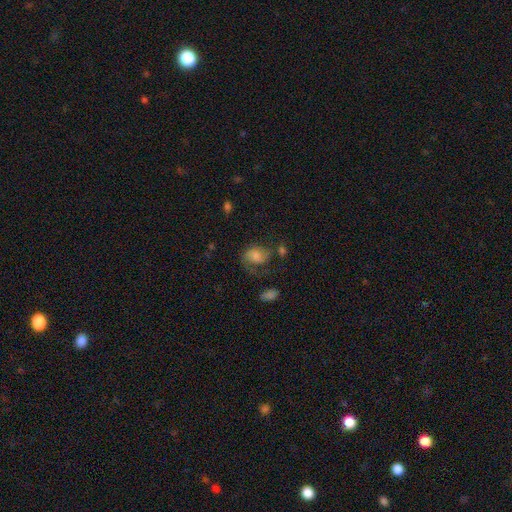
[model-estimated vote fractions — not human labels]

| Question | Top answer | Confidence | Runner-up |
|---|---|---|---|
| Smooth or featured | smooth | 50% | featured or disk (39%) |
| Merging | none | 40% | major disturbance (29%) |